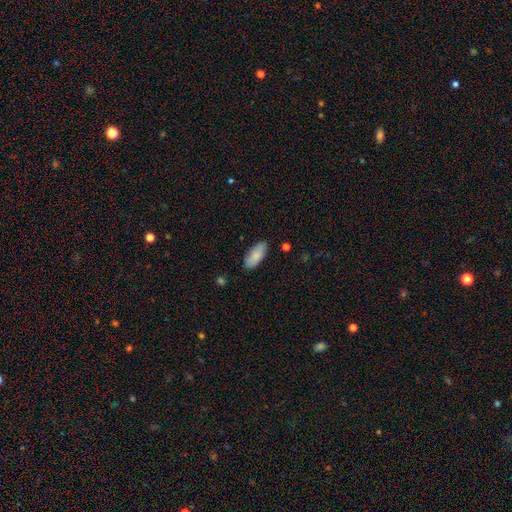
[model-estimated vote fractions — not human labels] The model was most divided on "merging": none: 85%, minor disturbance: 12%, major disturbance: 2%, merger: 1%. More confident: how rounded — in between (87%); smooth or featured — smooth (86%).